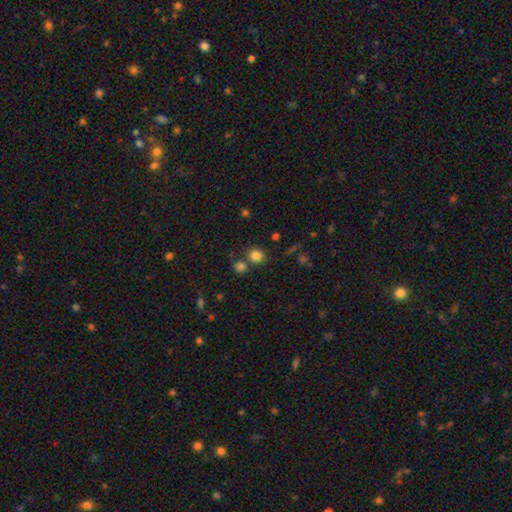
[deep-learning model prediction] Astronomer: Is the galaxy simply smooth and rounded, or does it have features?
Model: smooth — 82%.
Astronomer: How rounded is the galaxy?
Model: round — 82%.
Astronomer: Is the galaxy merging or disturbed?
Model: none — 70%.